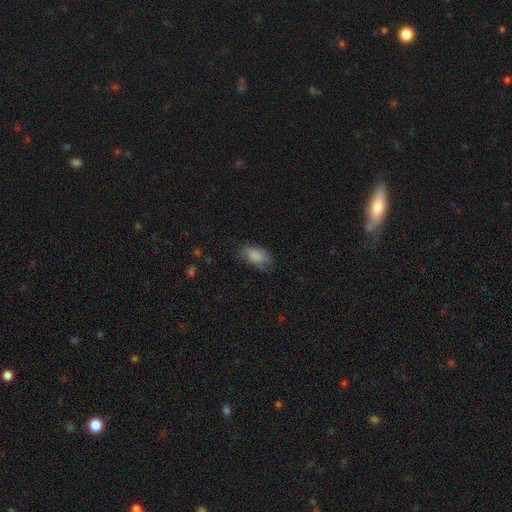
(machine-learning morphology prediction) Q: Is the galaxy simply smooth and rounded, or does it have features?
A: smooth — 86%.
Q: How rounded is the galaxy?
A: in between — 92%.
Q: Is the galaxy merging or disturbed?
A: none — 68%.